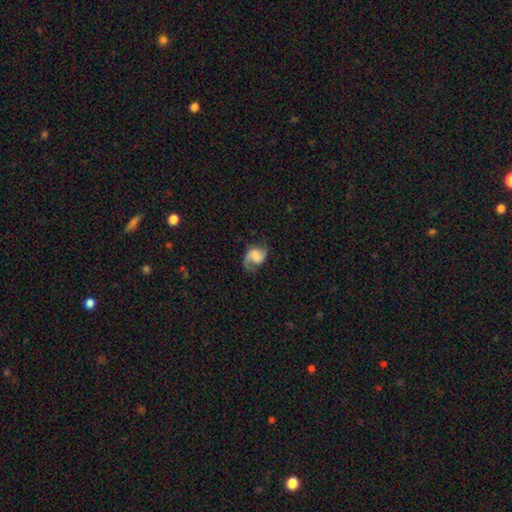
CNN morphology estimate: This is likely a featured or disk galaxy (75%). It is clearly not viewed edge-on (98%). Bar: possibly no (49%). Spiral arm pattern: clearly yes (95%). Spiral arm count: clearly 2 (82%). Spiral winding: marginally medium (44%). Central bulge: marginally none (38%). Merging: likely none (68%).